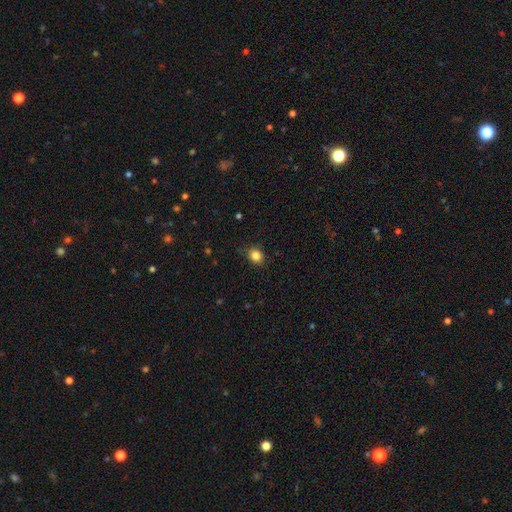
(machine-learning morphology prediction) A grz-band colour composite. It shows a smooth galaxy with no disk features (84%) that is round (74%). Merging: none (82%).